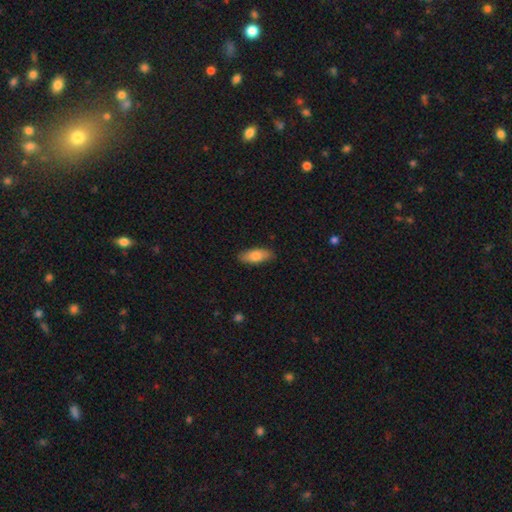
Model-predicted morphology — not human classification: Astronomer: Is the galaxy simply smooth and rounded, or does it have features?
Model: smooth — 80%.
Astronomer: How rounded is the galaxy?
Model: in between — 76%.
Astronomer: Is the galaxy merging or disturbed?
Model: none — 87%.